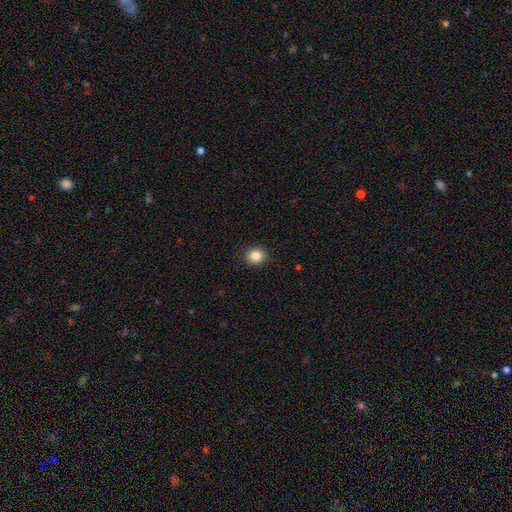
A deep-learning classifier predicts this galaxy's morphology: smooth_or_featured: smooth (p=0.85) [alt: star or artifact p=0.10]
how_rounded: round (p=0.76) [alt: in between p=0.23]
merging: none (p=0.92) [alt: minor disturbance p=0.06]